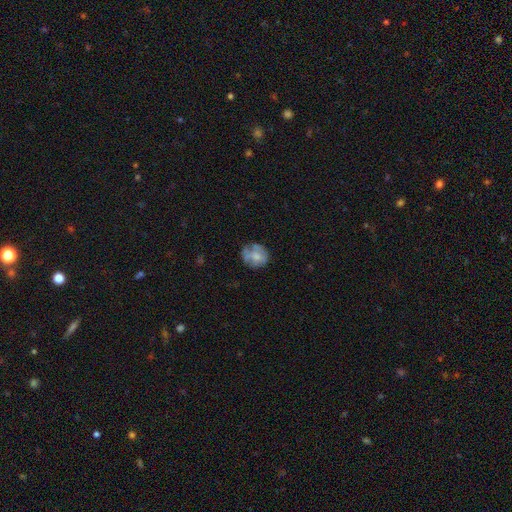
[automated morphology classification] Overall: smooth (56%; featured or disk 35%). How rounded: round (74%). Merging: none (59%; minor disturbance 24%).